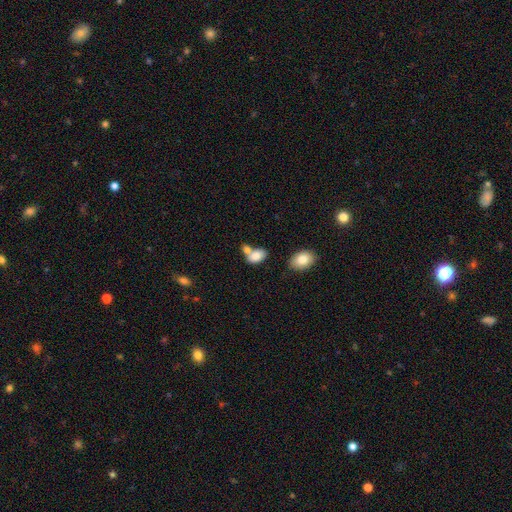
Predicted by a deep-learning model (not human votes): A smooth galaxy with no disk features (82%) that is in between round and cigar-shaped (86%).

Vote fractions:
- Smooth or featured? smooth: 82% / featured or disk: 10% / star or artifact: 8%
- How rounded? in between: 86% / round: 13% / cigar-shaped: 2%
- Merging? merger: 45% / none: 37% / minor disturbance: 13% / major disturbance: 5%